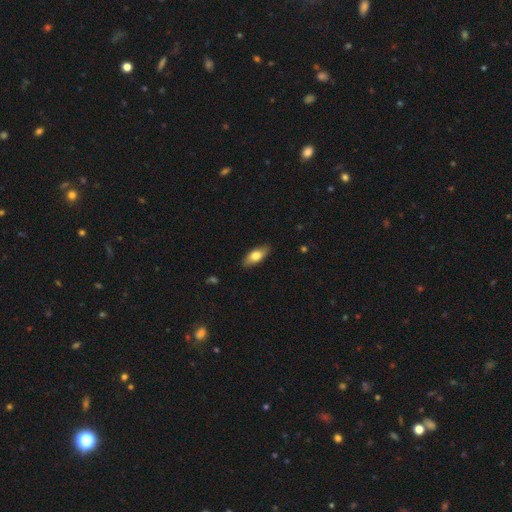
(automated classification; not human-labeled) Q: Smooth or featured?
A: smooth (71%); runner-up: featured or disk (23%)
Q: How rounded?
A: in between (80%); runner-up: cigar-shaped (17%)
Q: Merging?
A: none (86%); runner-up: minor disturbance (11%)